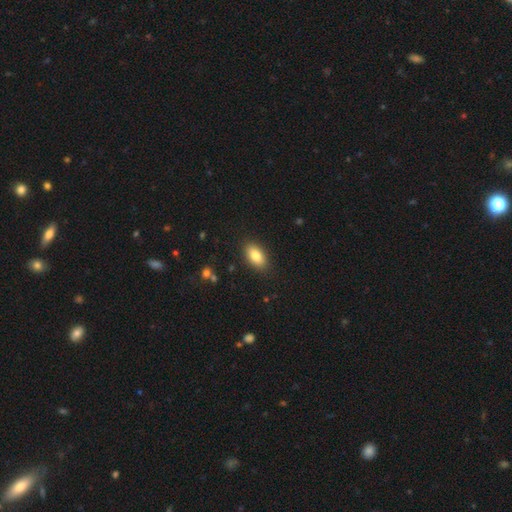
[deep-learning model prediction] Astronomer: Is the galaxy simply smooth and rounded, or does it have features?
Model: smooth — 83%.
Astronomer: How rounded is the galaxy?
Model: in between — 91%.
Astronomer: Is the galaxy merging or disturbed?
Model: none — 88%.